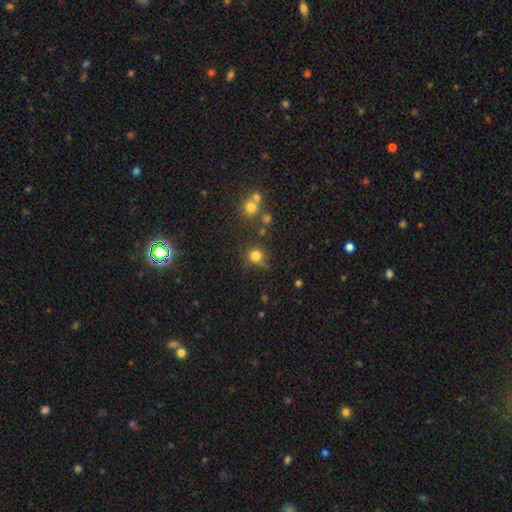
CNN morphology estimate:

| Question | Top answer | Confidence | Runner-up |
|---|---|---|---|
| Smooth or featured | smooth | 78% | star or artifact (15%) |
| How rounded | round | 91% | in between (8%) |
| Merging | none | 68% | minor disturbance (17%) |